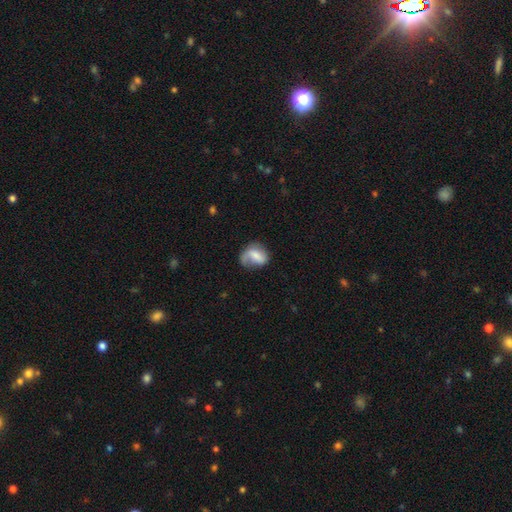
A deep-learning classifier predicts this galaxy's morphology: A smooth galaxy with no disk features (52%) that is in between round and cigar-shaped (59%). Merging: none (43%).